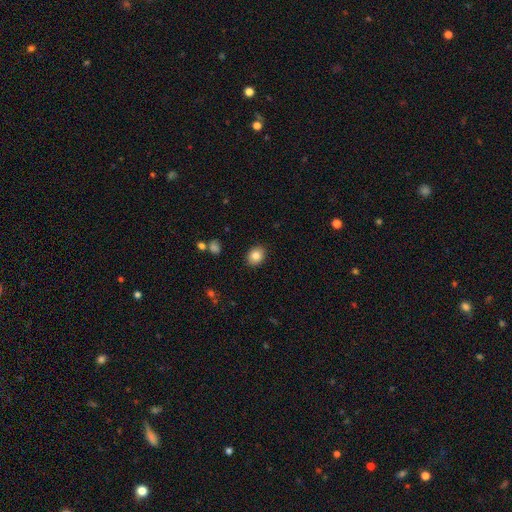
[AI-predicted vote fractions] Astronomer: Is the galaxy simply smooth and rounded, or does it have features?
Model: smooth — 83%.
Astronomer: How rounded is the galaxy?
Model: round — 51% (runner-up: in between, 48%).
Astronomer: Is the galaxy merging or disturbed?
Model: none — 89%.